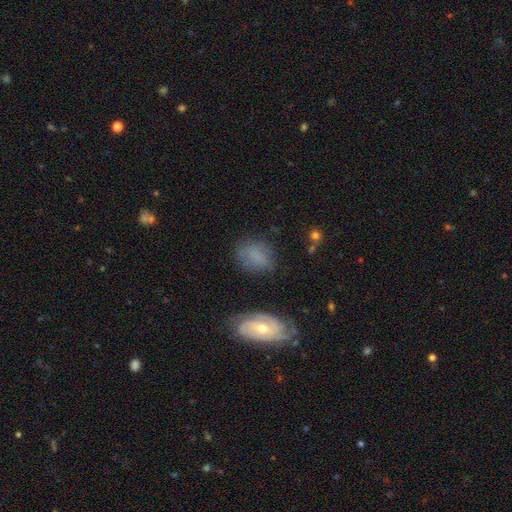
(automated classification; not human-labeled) Smooth or featured?
  - smooth: 65% *
  - featured or disk: 24%
  - star or artifact: 11%
How rounded?
  - in between: 70% *
  - round: 28%
  - cigar-shaped: 2%
Merging?
  - none: 63% *
  - minor disturbance: 23%
  - major disturbance: 10%
  - merger: 4%